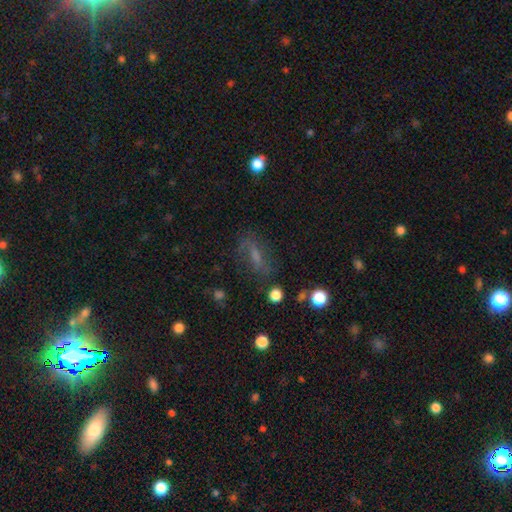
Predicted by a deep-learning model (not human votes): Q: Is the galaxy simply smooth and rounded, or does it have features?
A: featured or disk — 43%.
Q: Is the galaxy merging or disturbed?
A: none — 68%.